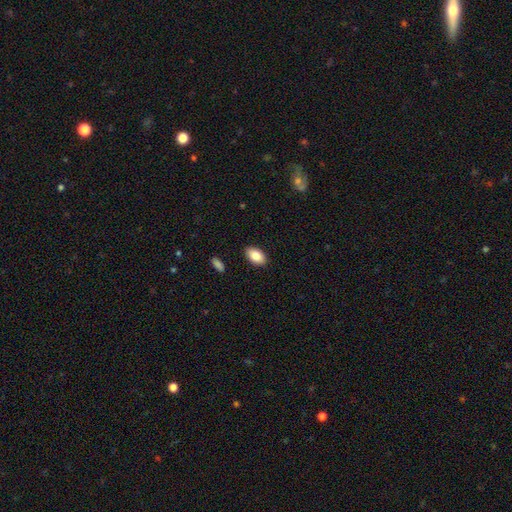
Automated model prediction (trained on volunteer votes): A smooth galaxy with no disk features (87%) that is in between round and cigar-shaped (93%). Merging: none (89%).